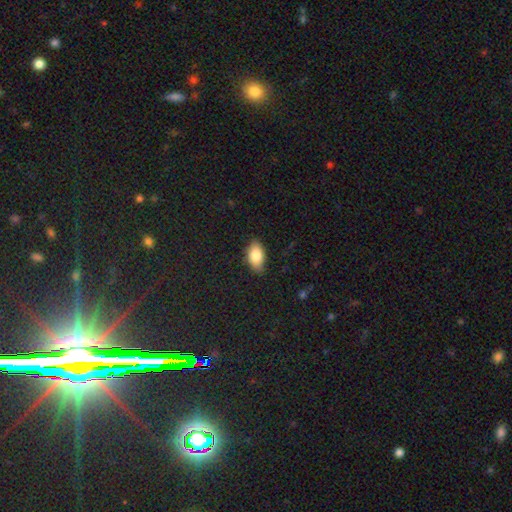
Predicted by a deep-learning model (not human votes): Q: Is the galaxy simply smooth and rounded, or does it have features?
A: smooth — 83%.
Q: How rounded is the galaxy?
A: in between — 92%.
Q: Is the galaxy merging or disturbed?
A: none — 83%.